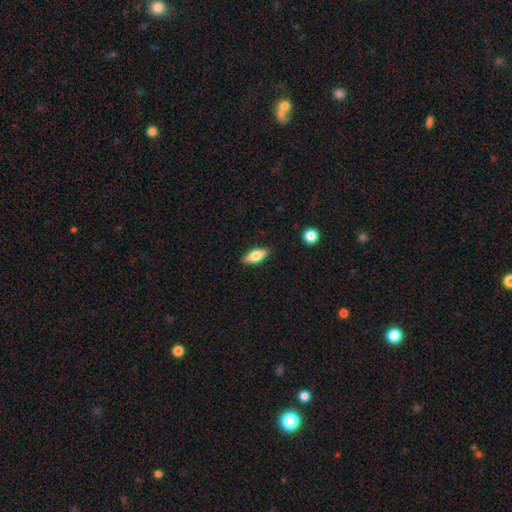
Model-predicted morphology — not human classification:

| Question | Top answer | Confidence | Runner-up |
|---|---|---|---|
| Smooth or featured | smooth | 69% | featured or disk (24%) |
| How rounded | in between | 76% | cigar-shaped (21%) |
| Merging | none | 87% | minor disturbance (10%) |